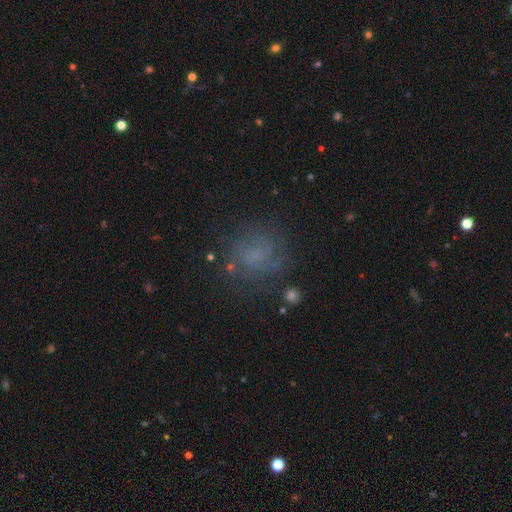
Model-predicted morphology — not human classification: A smooth galaxy with no disk features (47%).

Vote fractions:
- Smooth or featured? smooth: 47% / featured or disk: 31% / star or artifact: 22%
- Merging? none: 67% / minor disturbance: 17% / major disturbance: 13% / merger: 3%